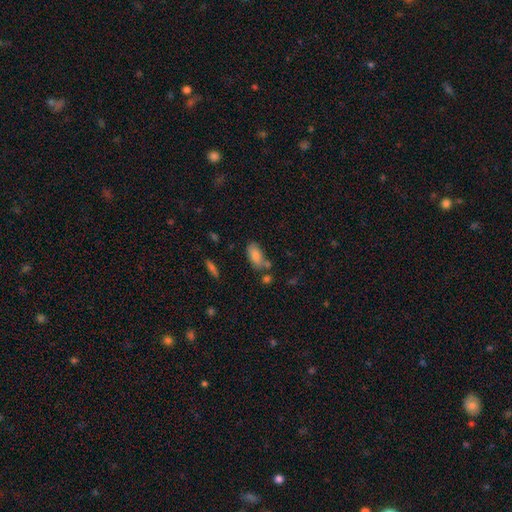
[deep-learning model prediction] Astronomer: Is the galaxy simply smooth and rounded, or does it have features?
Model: smooth — 82%.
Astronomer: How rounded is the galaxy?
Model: in between — 90%.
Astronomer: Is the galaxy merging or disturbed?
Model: none — 57%.